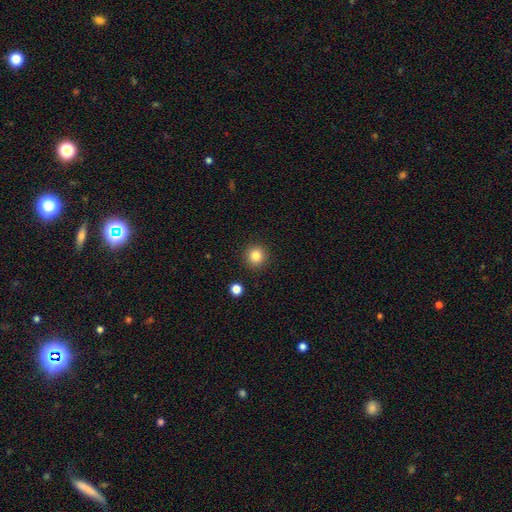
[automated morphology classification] This appears to be a smooth galaxy with no disk features (84%) that is round (94%). Merging: none (91%).